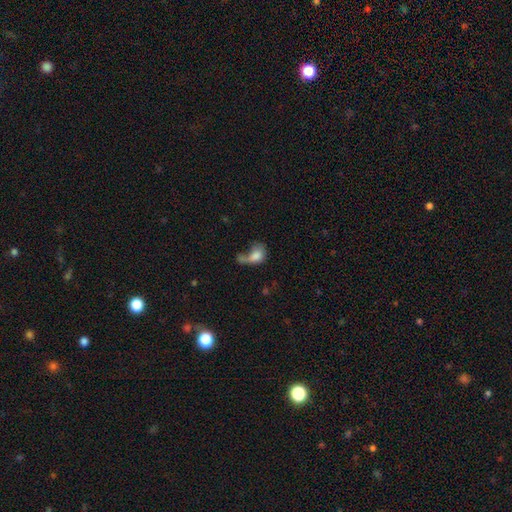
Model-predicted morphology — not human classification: Smooth or featured? smooth (73%)
How rounded? in between (73%)
Merging? merger (37%)